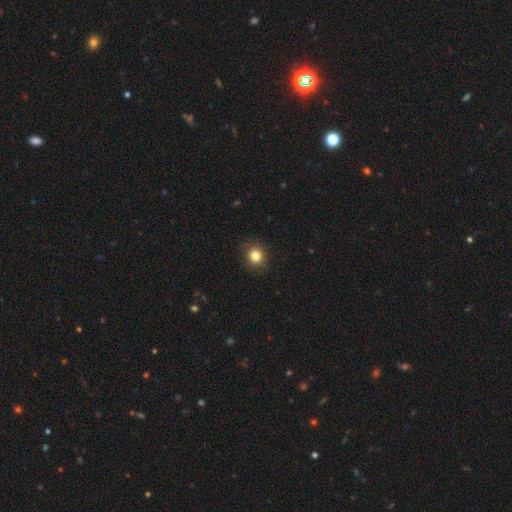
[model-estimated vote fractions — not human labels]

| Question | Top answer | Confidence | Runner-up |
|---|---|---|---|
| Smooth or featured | smooth | 82% | star or artifact (12%) |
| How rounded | round | 90% | in between (9%) |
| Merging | none | 89% | minor disturbance (8%) |